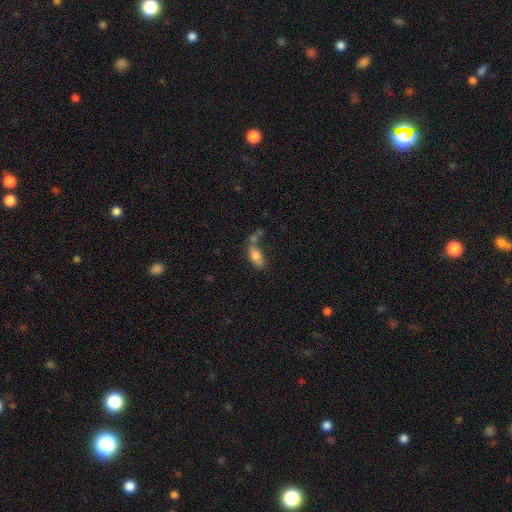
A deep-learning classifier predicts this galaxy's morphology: Smooth or featured? smooth (79%)
How rounded? in between (87%)
Merging? none (39%)